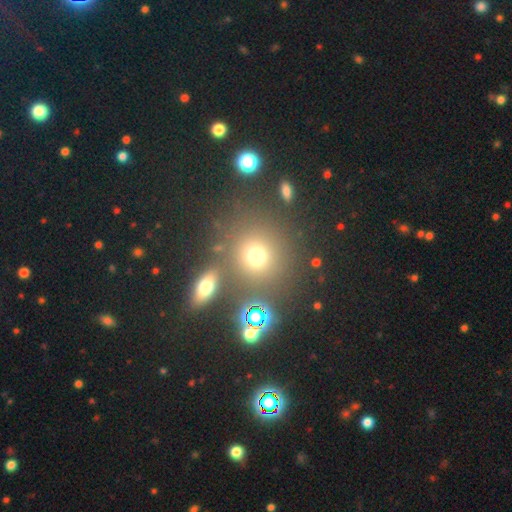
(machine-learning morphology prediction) smooth 70%, star or artifact 20%, featured or disk 10%. Down the decision tree: how rounded — round (87%); merging — none (72%).